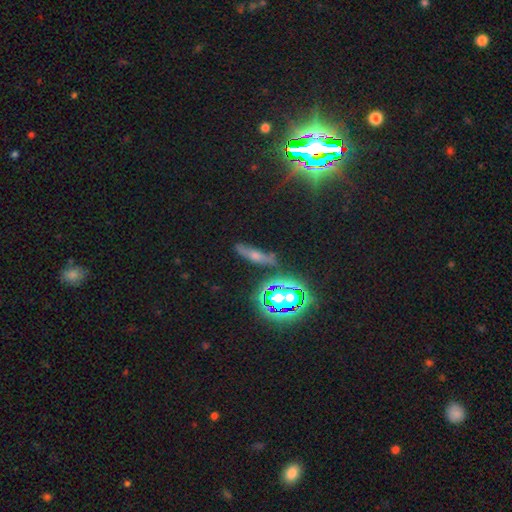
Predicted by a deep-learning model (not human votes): Smooth or featured?
  - star or artifact: 37% *
  - featured or disk: 32%
  - smooth: 31%